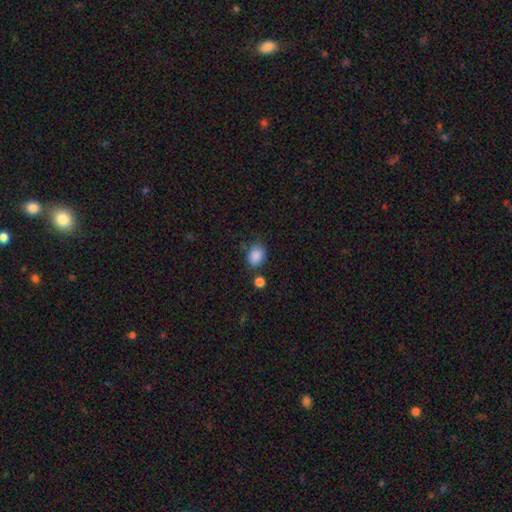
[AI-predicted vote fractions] A smooth galaxy with no disk features (87%) that is in between round and cigar-shaped (58%).

Vote fractions:
- Smooth or featured? smooth: 87% / star or artifact: 9% / featured or disk: 4%
- How rounded? in between: 58% / round: 41% / cigar-shaped: 1%
- Merging? none: 71% / minor disturbance: 16% / merger: 8% / major disturbance: 5%